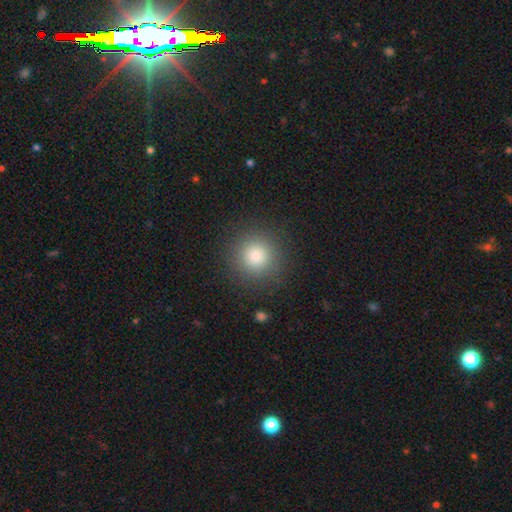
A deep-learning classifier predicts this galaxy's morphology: Smooth or featured: smooth — 82% (star or artifact — 12%)
How rounded: round — 95% (in between — 4%)
Merging: none — 90% (minor disturbance — 6%)